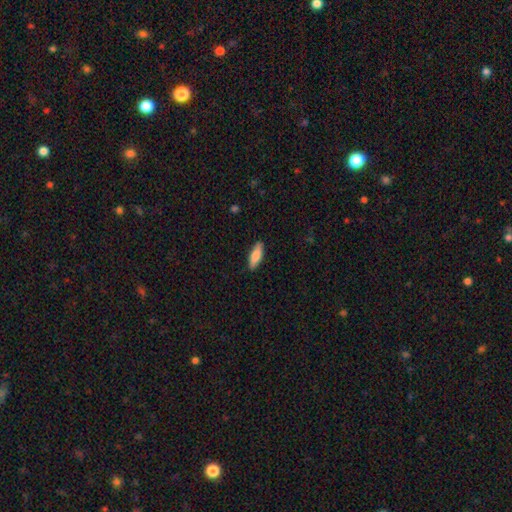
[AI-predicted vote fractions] Smooth or featured? Predicted: smooth (p=0.81). How rounded? Predicted: in between (p=0.58). Merging? Predicted: none (p=0.87).